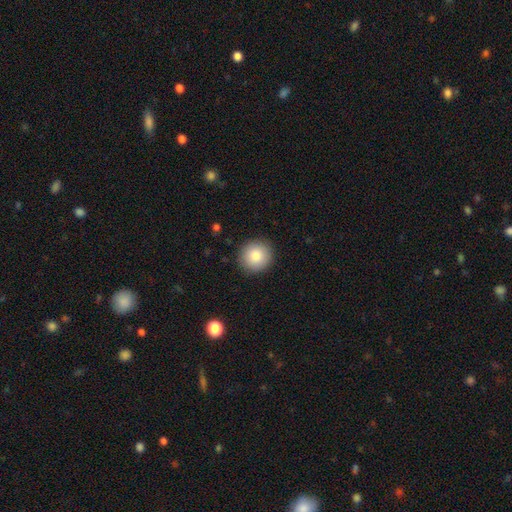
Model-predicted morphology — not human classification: Smooth or featured?
  - smooth: 84% *
  - featured or disk: 8%
  - star or artifact: 8%
How rounded?
  - round: 93% *
  - in between: 6%
  - cigar-shaped: 1%
Merging?
  - none: 91% *
  - minor disturbance: 6%
  - major disturbance: 2%
  - merger: 1%